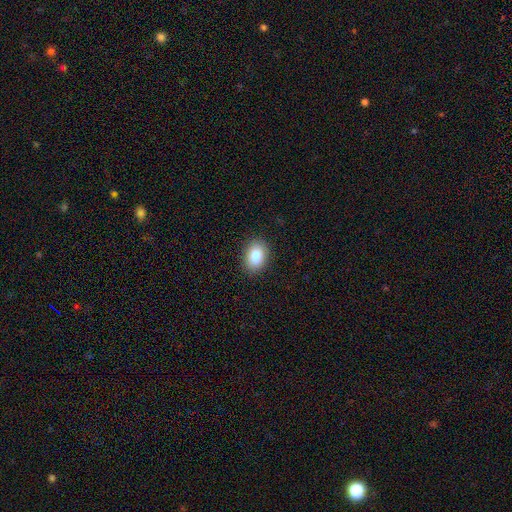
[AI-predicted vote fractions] This is clearly a smooth galaxy (86%). How rounded: clearly in between (81%). Merging: clearly none (88%).